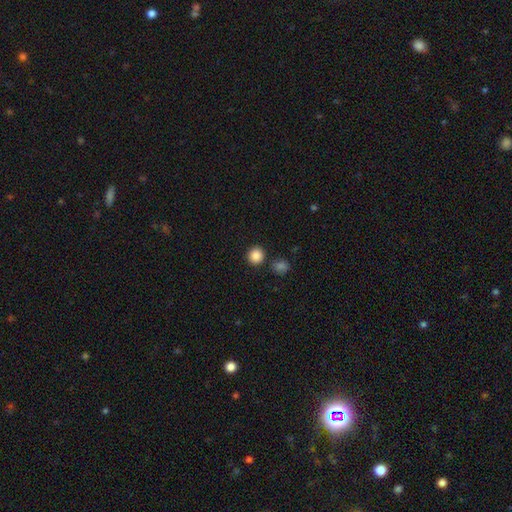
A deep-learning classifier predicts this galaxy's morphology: A smooth galaxy with no disk features (87%) that is round (92%).

Vote fractions:
- Smooth or featured? smooth: 87% / star or artifact: 10% / featured or disk: 3%
- How rounded? round: 92% / in between: 7% / cigar-shaped: 1%
- Merging? none: 86% / minor disturbance: 6% / merger: 6% / major disturbance: 2%